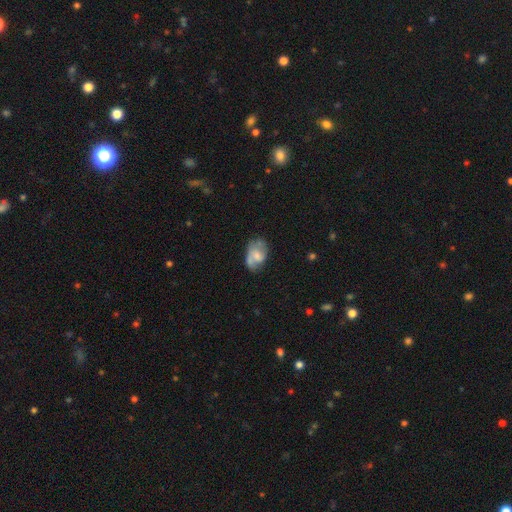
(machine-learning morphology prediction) This is possibly a featured or disk galaxy (47%). Merging: possibly none (45%).